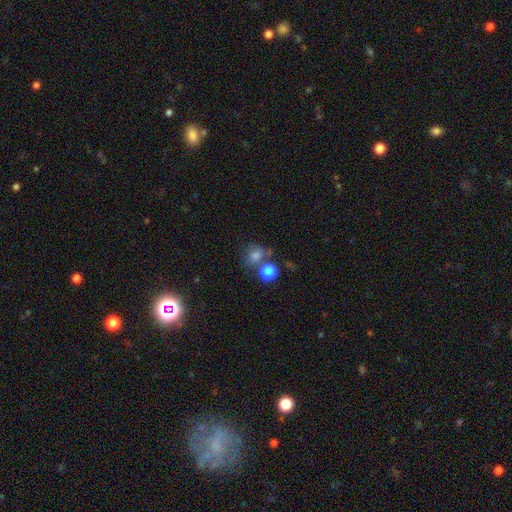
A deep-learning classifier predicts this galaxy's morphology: A smooth galaxy with no disk features (70%) that is round (75%).

Vote fractions:
- Smooth or featured? smooth: 70% / star or artifact: 20% / featured or disk: 10%
- How rounded? round: 75% / in between: 24% / cigar-shaped: 1%
- Merging? none: 59% / merger: 20% / minor disturbance: 14% / major disturbance: 7%